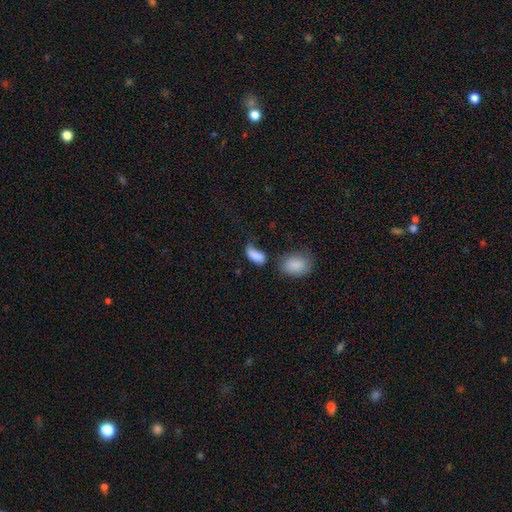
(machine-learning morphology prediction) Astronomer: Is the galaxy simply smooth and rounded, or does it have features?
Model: smooth — 82%.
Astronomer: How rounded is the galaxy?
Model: in between — 86%.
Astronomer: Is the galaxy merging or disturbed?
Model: none — 37% (runner-up: minor disturbance, 28%).